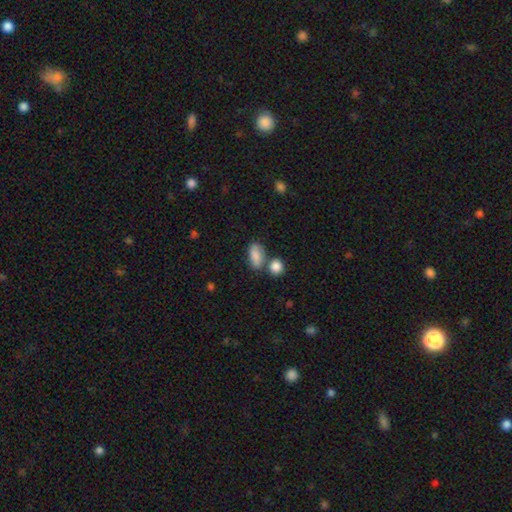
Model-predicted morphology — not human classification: smooth_or_featured: smooth (p=0.81) [alt: featured or disk p=0.10]
how_rounded: in between (p=0.84) [alt: round p=0.10]
merging: none (p=0.52) [alt: merger p=0.26]